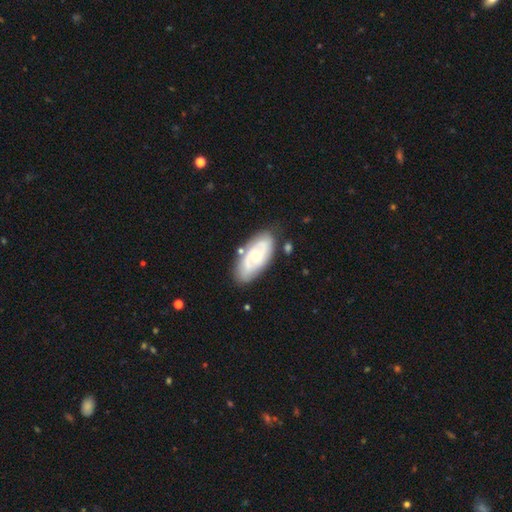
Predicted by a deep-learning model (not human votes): Smooth or featured? featured or disk (67%)
Edge-on disk? no (92%)
Bar? no (75%)
Spiral arms? yes (70%)
Bulge size? moderate (55%)
Merging? none (74%)